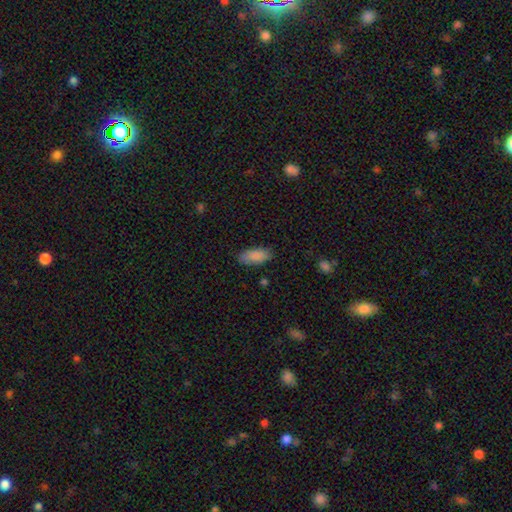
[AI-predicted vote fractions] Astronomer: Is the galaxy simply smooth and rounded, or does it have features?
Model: smooth — 88%.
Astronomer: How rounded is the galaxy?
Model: in between — 85%.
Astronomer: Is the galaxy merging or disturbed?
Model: none — 84%.